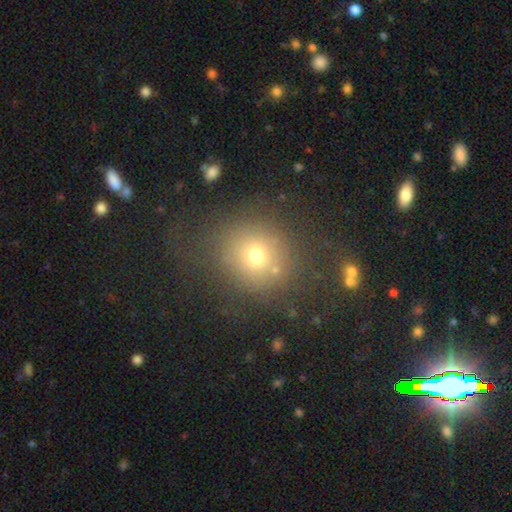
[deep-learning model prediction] Morphology: type=smooth (67%); roundness=round (84%); merging=none (74%).